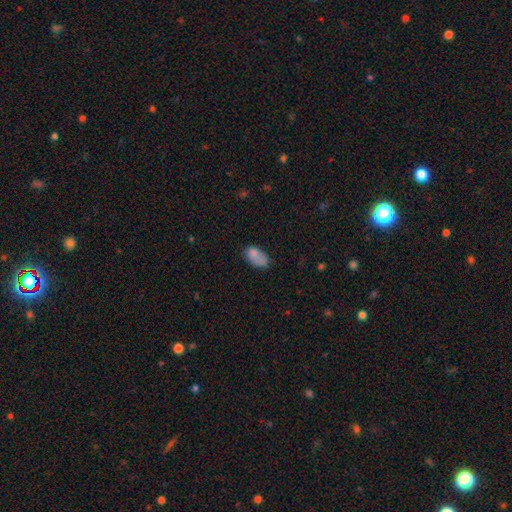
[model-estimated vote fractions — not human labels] Smooth or featured? smooth (78%)
How rounded? in between (91%)
Merging? none (42%)